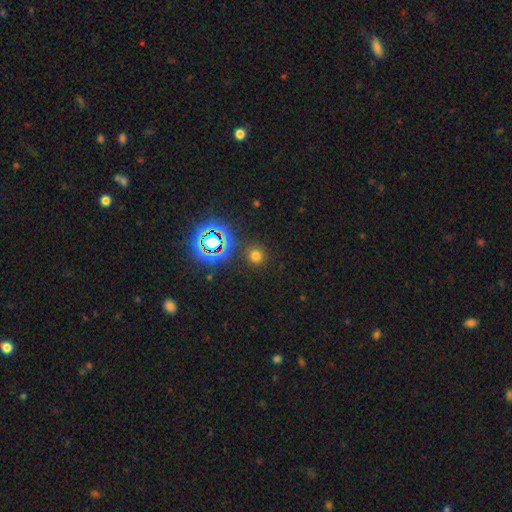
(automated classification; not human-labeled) smooth-or-featured: smooth: 64% | star or artifact: 29% | featured or disk: 7%
  how-rounded: round: 91% | in between: 8% | cigar-shaped: 1%
  merging: none: 87% | minor disturbance: 7% | major disturbance: 3% | merger: 3%